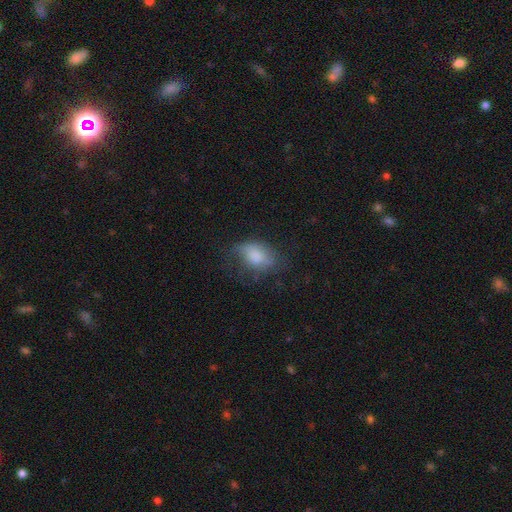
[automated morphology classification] smooth 68%, featured or disk 23%, star or artifact 9%. Down the decision tree: how rounded — in between (87%); merging — none (43%).